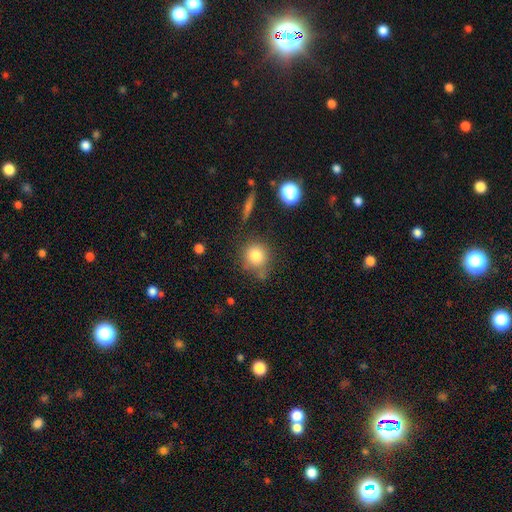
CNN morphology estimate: Overall: smooth (81%). How rounded: round (87%). Merging: none (69%).